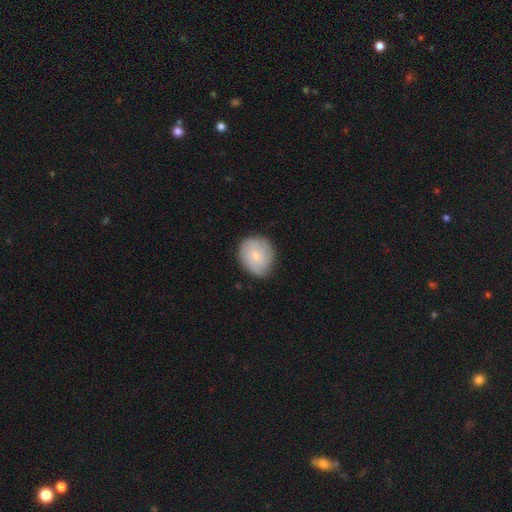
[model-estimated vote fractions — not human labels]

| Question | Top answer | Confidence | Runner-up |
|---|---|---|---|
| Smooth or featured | featured or disk | 47% | smooth (46%) |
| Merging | none | 79% | minor disturbance (16%) |